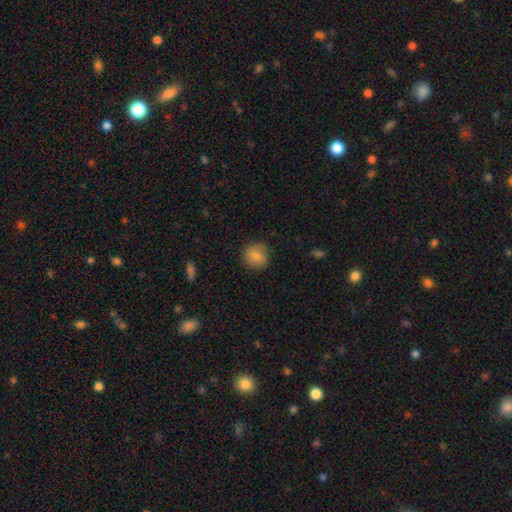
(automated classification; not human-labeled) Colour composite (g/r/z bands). It shows a smooth galaxy with no disk features (83%) that is round (90%). Merging: none (80%).